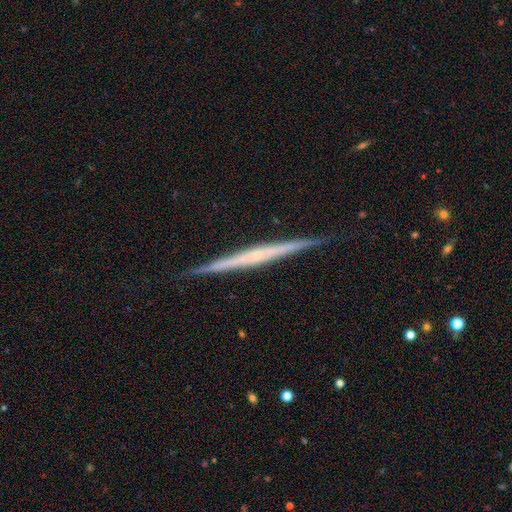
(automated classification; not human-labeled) smooth_or_featured: featured or disk (p=0.74) [alt: smooth p=0.21]
disk_edge_on: yes (p=0.98) [alt: no p=0.02]
edge_on_bulge: none (p=0.63) [alt: rounded p=0.28]
merging: none (p=0.90) [alt: minor disturbance p=0.08]